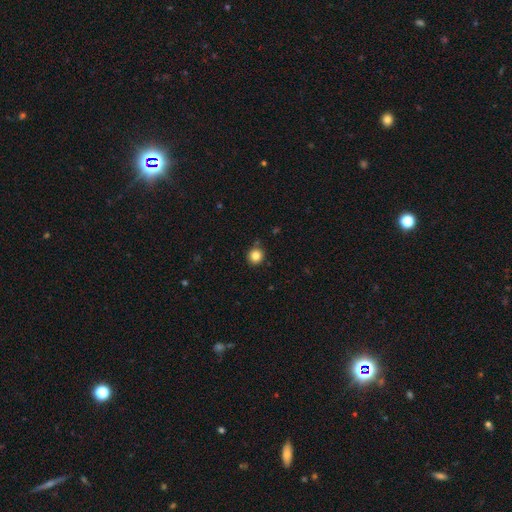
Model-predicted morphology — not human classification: A smooth galaxy with no disk features (84%) that is round (92%).

Vote fractions:
- Smooth or featured? smooth: 84% / star or artifact: 11% / featured or disk: 5%
- How rounded? round: 92% / in between: 7% / cigar-shaped: 1%
- Merging? none: 85% / minor disturbance: 10% / merger: 3% / major disturbance: 2%